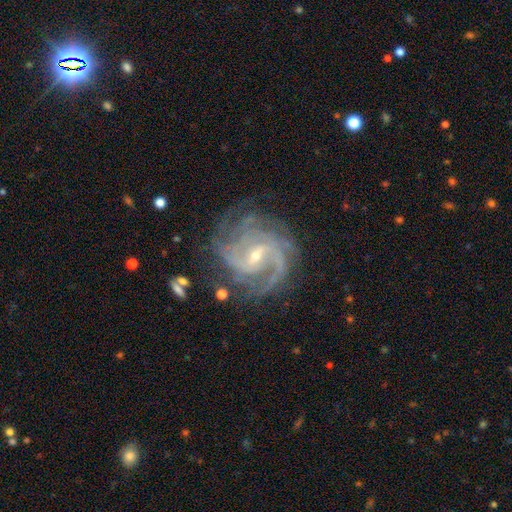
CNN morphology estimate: featured or disk 91%, star or artifact 6%, smooth 4%. Down the decision tree: edge-on disk — no (97%); bar — weak (55%); spiral arms — yes (98%); spiral arm count — 3 (23%); spiral winding — tight (46%); bulge size — small (70%); merging — none (72%).